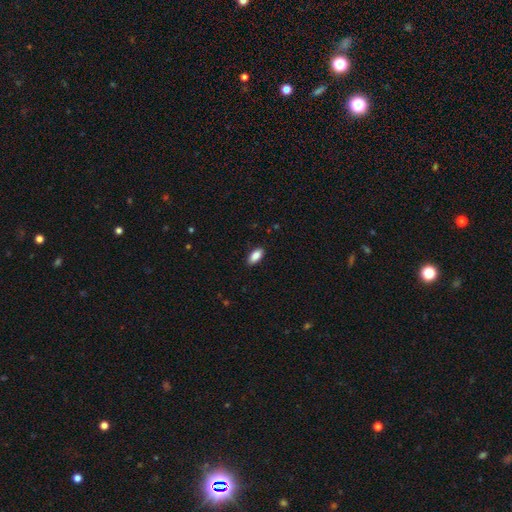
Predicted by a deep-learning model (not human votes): Smooth or featured? Predicted: smooth (p=0.88). How rounded? Predicted: in between (p=0.90). Merging? Predicted: none (p=0.89).